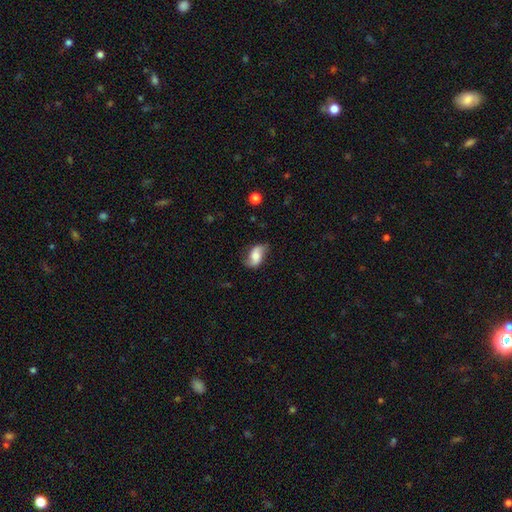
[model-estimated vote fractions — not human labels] Q: Smooth or featured?
A: featured or disk (50%); runner-up: smooth (42%)
Q: Edge-on disk?
A: no (95%); runner-up: yes (5%)
Q: Merging?
A: none (65%); runner-up: minor disturbance (25%)